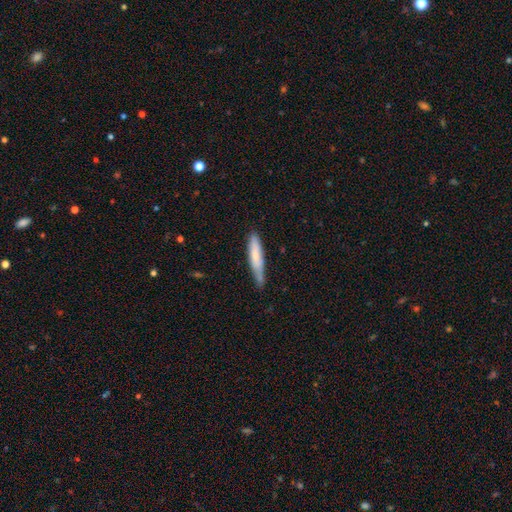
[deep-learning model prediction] Smooth or featured? Predicted: smooth (p=0.71). How rounded? Predicted: cigar-shaped (p=0.85). Merging? Predicted: none (p=0.63).